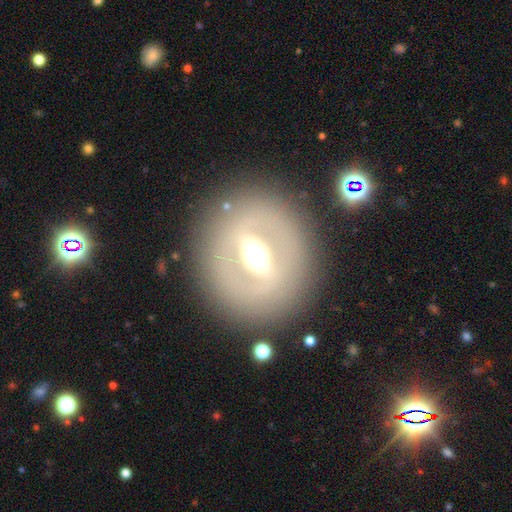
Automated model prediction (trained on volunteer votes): Overall: featured or disk (64%; smooth 26%). Edge-on disk: no (85%). Bar: strong (49%; weak 31%). Spiral arms: no (83%). Bulge size: moderate (55%; large 30%). Merging: none (83%).